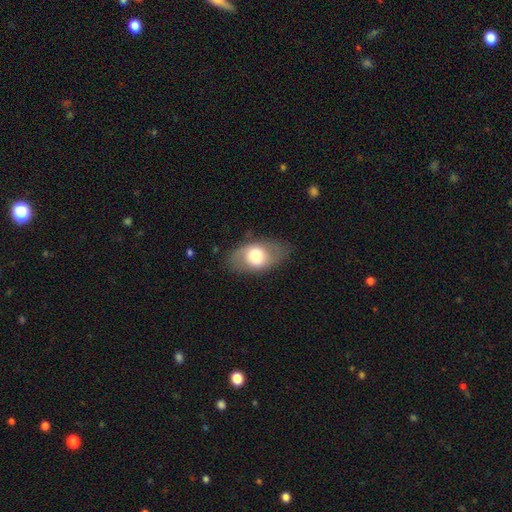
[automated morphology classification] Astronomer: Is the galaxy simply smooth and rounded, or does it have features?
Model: smooth — 58% (runner-up: featured or disk, 35%).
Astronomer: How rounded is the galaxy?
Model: in between — 85%.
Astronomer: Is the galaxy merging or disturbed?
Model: none — 77%.